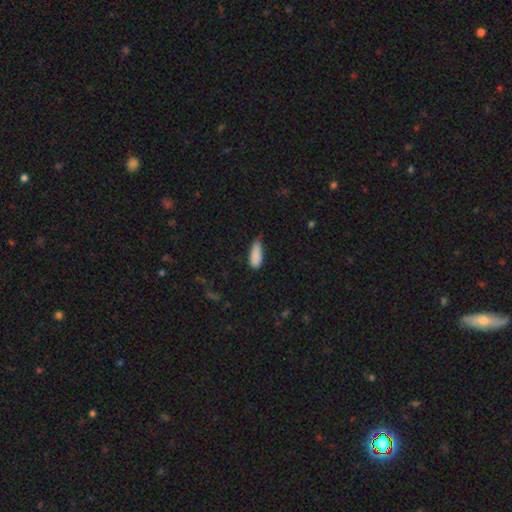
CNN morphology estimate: The model was most divided on "merging": minor disturbance: 49%, none: 39%, major disturbance: 10%, merger: 2%. More confident: smooth or featured — smooth (88%); how rounded — in between (78%).